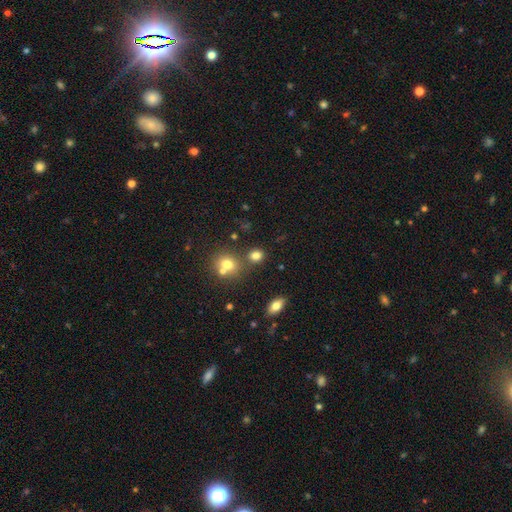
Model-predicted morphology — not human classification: smooth 79%, star or artifact 14%, featured or disk 7%. Down the decision tree: how rounded — round (66%); merging — none (70%).